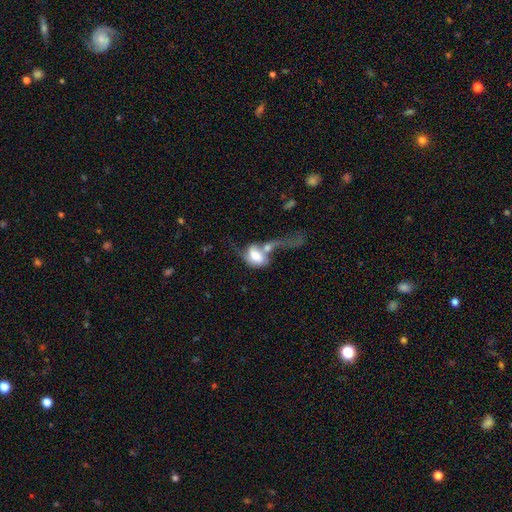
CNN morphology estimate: The model was most divided on "smooth or featured": smooth: 48%, featured or disk: 44%, star or artifact: 8%. More confident: merging — merger (58%).